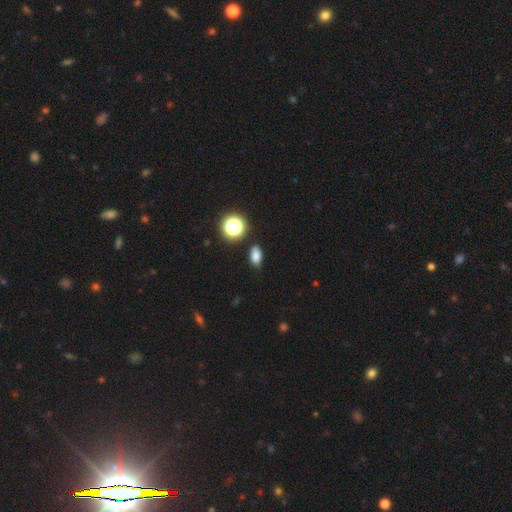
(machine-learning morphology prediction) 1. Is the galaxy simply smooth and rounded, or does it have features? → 79% smooth, 15% star or artifact, 5% featured or disk.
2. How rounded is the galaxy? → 82% in between, 15% round, 3% cigar-shaped.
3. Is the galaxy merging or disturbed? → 83% none, 12% minor disturbance, 3% major disturbance, 2% merger.